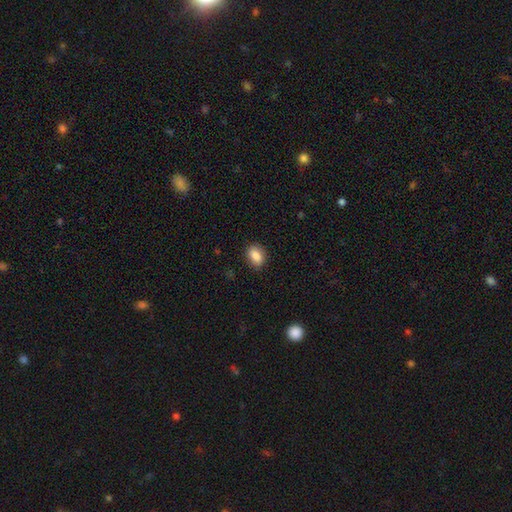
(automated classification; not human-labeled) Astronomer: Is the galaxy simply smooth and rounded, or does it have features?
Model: smooth — 86%.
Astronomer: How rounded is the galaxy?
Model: in between — 76%.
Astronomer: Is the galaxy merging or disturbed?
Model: none — 86%.